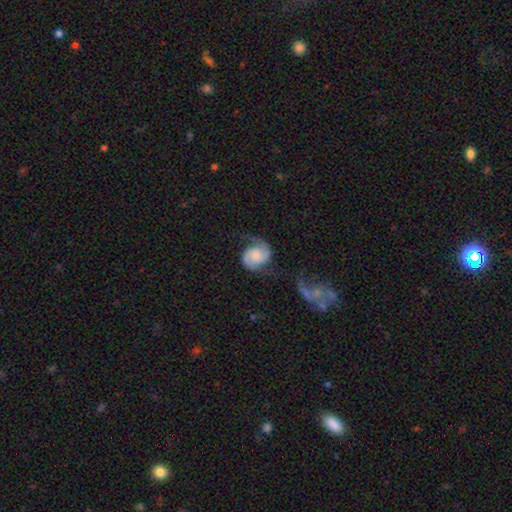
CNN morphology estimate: type=featured or disk (81%); edge-on=no (98%); bar=no (66%); spiral arms=yes (97%); winding=medium (45%); arm count=2 (90%); bulge=none (28%); merging=none (58%).